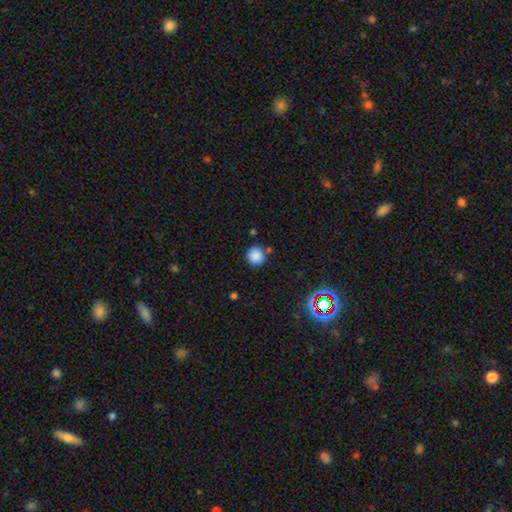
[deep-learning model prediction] This is clearly a smooth galaxy (85%). How rounded: clearly round (94%). Merging: clearly none (82%).